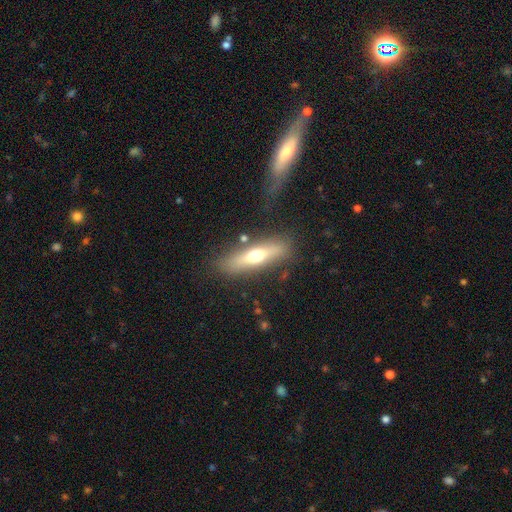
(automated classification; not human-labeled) Smooth or featured?
  - smooth: 49% *
  - featured or disk: 44%
  - star or artifact: 7%
Merging?
  - none: 80% *
  - minor disturbance: 12%
  - major disturbance: 5%
  - merger: 3%